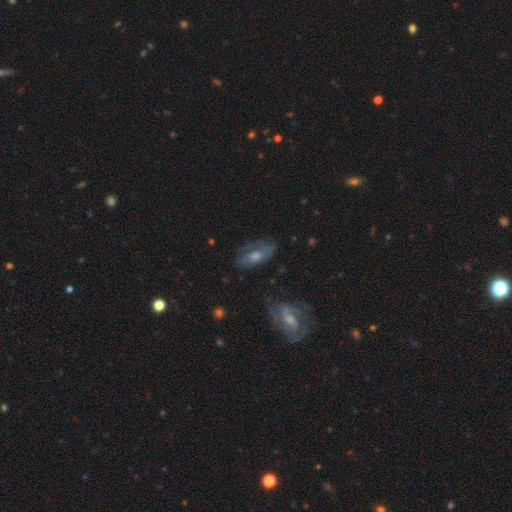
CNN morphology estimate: This is likely a featured or disk galaxy (60%). It is clearly not viewed edge-on (90%). Bar: possibly no (60%). Spiral arm pattern: likely yes (75%). Central bulge: possibly moderate (55%). Merging: likely none (67%).